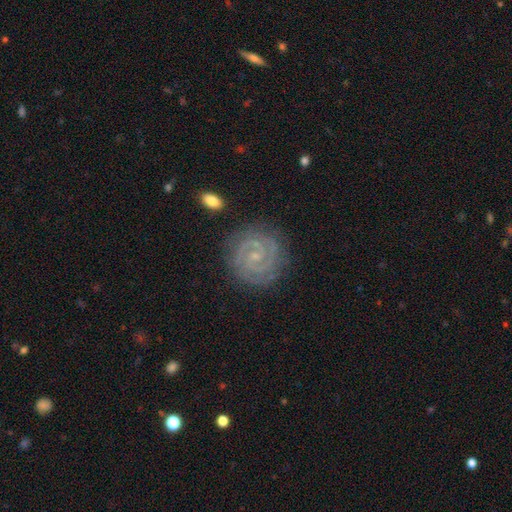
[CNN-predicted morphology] Smooth or featured: featured or disk — 88% (star or artifact — 6%)
Edge-on disk: no — 98% (yes — 2%)
Bar: no — 57% (weak — 33%)
Spiral arms: yes — 98% (no — 2%)
Spiral winding: tight — 81% (medium — 17%)
Spiral arm count: 2 — 74% (3 — 11%)
Bulge size: small — 80% (moderate — 13%)
Merging: none — 84% (minor disturbance — 12%)